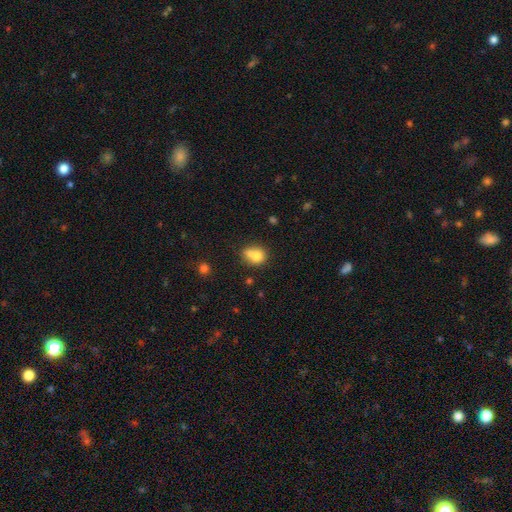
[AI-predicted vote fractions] Smooth or featured? Predicted: smooth (p=0.73). How rounded? Predicted: round (p=0.68). Merging? Predicted: merger (p=0.48).